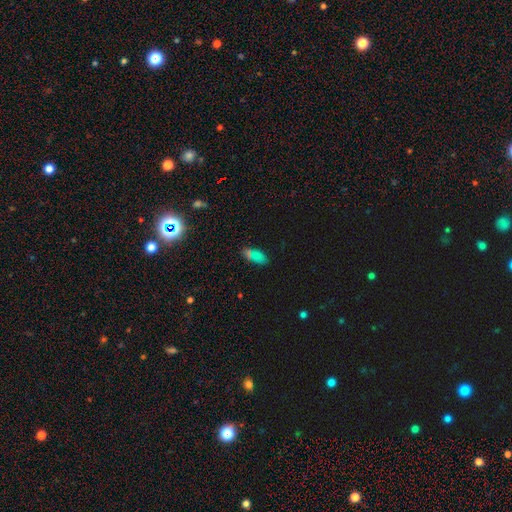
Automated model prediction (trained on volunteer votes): Smooth or featured? Predicted: smooth (p=0.66). How rounded? Predicted: in between (p=0.84). Merging? Predicted: none (p=0.68).